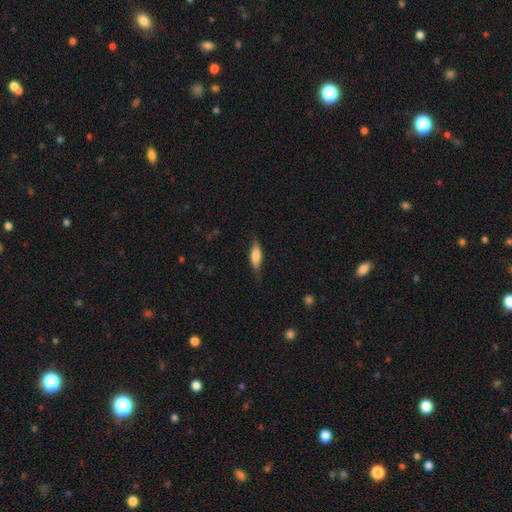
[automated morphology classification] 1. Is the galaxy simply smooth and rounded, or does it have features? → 74% smooth, 19% featured or disk, 6% star or artifact.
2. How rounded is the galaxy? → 56% in between, 42% cigar-shaped, 2% round.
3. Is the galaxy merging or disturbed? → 70% none, 23% minor disturbance, 5% major disturbance, 1% merger.